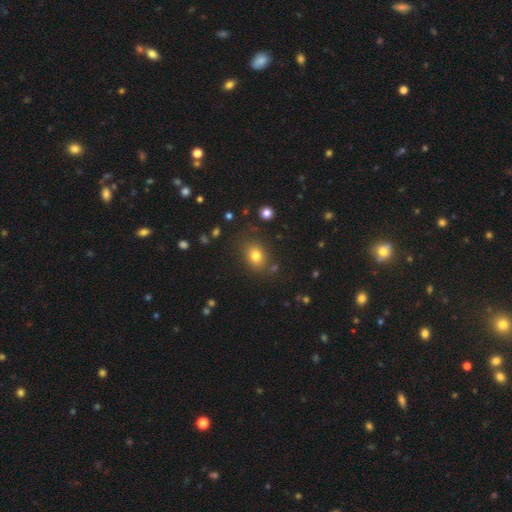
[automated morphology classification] The model was most divided on "how rounded": in between: 60%, round: 39%, cigar-shaped: 1%. More confident: merging — none (78%); smooth or featured — smooth (77%).